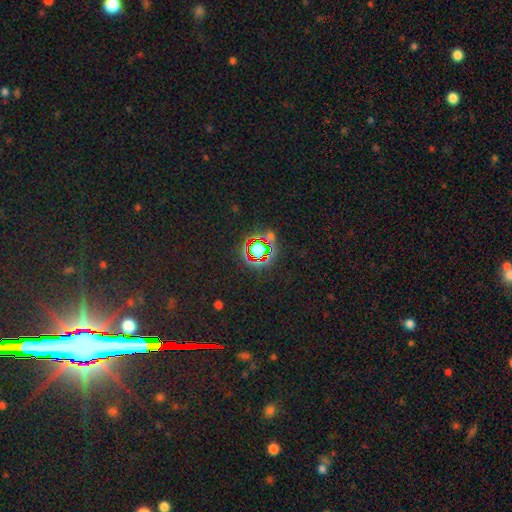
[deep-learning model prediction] smooth-or-featured: star or artifact: 81% | smooth: 10% | featured or disk: 9%